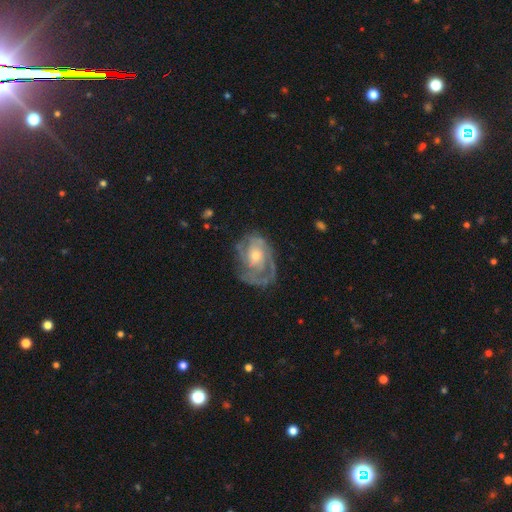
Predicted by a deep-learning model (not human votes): Q: Smooth or featured?
A: featured or disk (79%); runner-up: smooth (15%)
Q: Edge-on disk?
A: no (97%); runner-up: yes (3%)
Q: Bar?
A: no (74%); runner-up: weak (23%)
Q: Spiral arms?
A: yes (86%); runner-up: no (14%)
Q: Spiral winding?
A: tight (56%); runner-up: medium (33%)
Q: Spiral arm count?
A: can't tell (36%); runner-up: 2 (30%)
Q: Bulge size?
A: moderate (55%); runner-up: small (35%)
Q: Merging?
A: none (62%); runner-up: minor disturbance (22%)